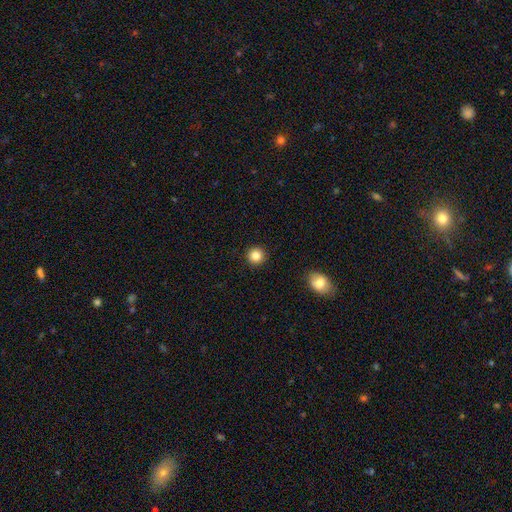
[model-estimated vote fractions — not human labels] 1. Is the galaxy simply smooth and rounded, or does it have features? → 84% smooth, 11% star or artifact, 5% featured or disk.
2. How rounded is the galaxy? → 95% round, 4% in between, 1% cigar-shaped.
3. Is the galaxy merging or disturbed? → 93% none, 4% minor disturbance, 2% major disturbance, 1% merger.